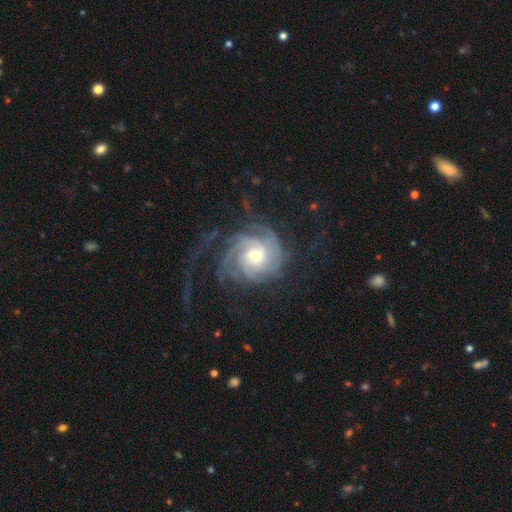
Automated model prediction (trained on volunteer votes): A featured or disk galaxy (86%) with no bar (64%), tight (63%) spiral arms (97%) and a moderate central bulge (52%). Merging: none (58%).